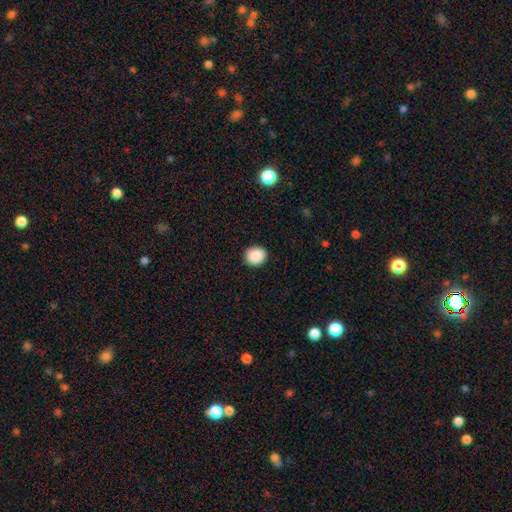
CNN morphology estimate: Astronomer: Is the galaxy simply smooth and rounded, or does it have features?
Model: smooth — 88%.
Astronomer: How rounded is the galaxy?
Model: round — 77%.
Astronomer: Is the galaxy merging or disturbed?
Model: none — 91%.